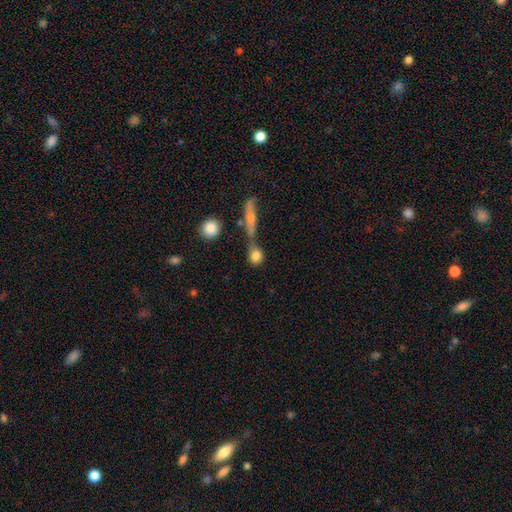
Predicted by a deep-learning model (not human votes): Smooth or featured: smooth — 81% (featured or disk — 10%)
How rounded: round — 69% (in between — 25%)
Merging: none — 52% (merger — 29%)